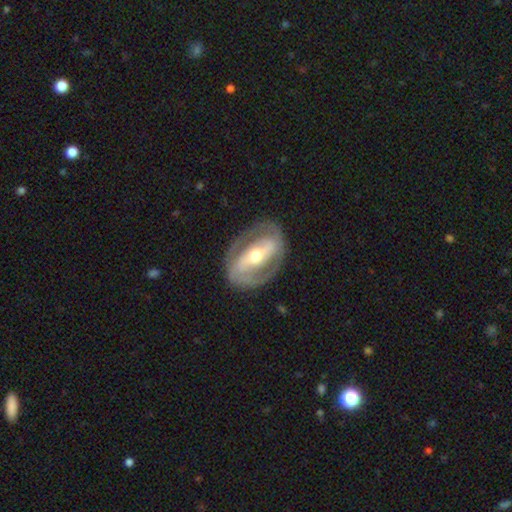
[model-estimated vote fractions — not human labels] Smooth or featured? featured or disk (82%)
Edge-on disk? no (93%)
Bar? strong (63%)
Spiral arms? yes (72%)
Spiral winding? tight (45%)
Spiral arm count? 2 (84%)
Bulge size? moderate (67%)
Merging? none (80%)